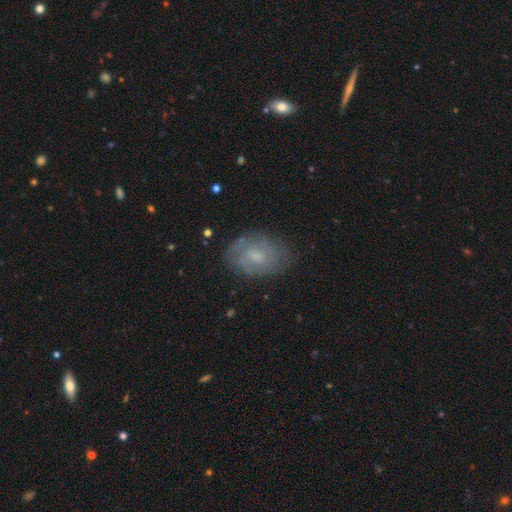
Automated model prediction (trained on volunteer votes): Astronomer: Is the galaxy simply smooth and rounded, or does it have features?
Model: featured or disk — 53% (runner-up: smooth, 39%).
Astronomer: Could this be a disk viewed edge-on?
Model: no — 95%.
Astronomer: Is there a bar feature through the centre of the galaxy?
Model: no — 60%.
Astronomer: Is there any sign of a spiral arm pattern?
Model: yes — 66%.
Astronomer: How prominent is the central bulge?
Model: small — 44% (runner-up: moderate, 41%).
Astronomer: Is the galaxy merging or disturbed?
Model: none — 71%.